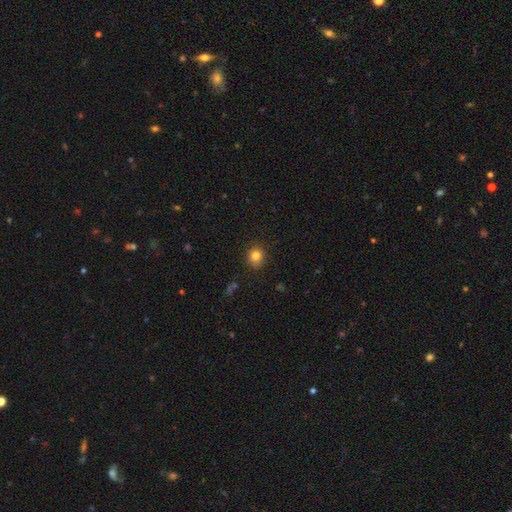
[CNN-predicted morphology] The model was most divided on "how rounded": round: 80%, in between: 19%, cigar-shaped: 1%. More confident: merging — none (88%); smooth or featured — smooth (81%).